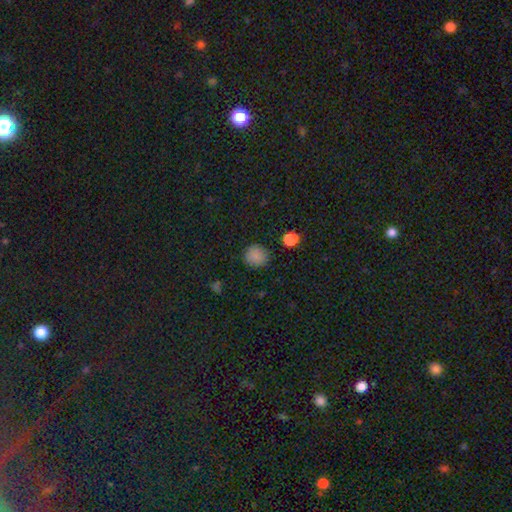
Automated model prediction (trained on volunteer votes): This is clearly a smooth galaxy (85%). How rounded: clearly round (89%). Merging: clearly none (87%).